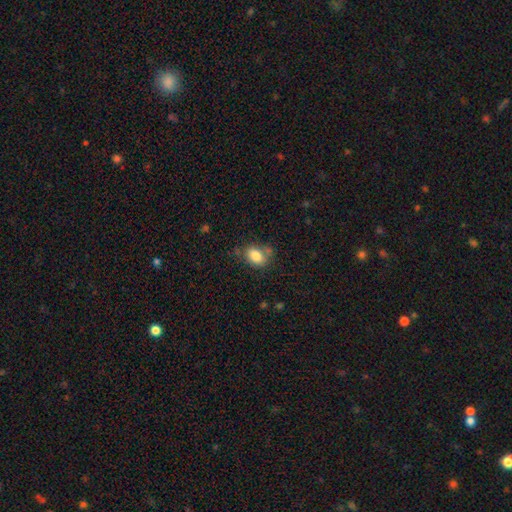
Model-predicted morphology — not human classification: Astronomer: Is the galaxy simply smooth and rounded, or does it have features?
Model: smooth — 82%.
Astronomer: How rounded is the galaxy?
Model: in between — 76%.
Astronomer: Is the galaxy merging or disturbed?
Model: none — 60%.